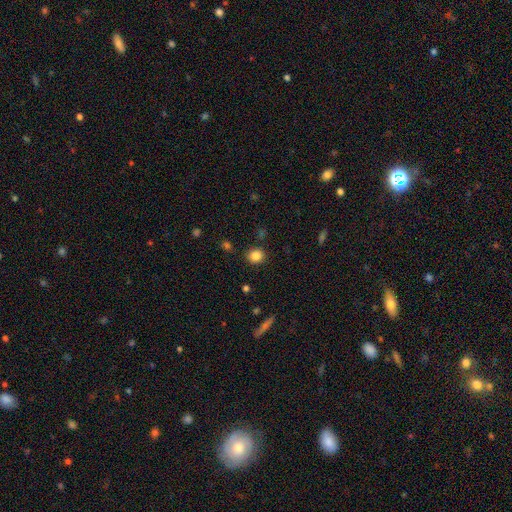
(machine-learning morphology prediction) A smooth galaxy with no disk features (84%) that is round (81%).

Vote fractions:
- Smooth or featured? smooth: 84% / star or artifact: 11% / featured or disk: 5%
- How rounded? round: 81% / in between: 18% / cigar-shaped: 1%
- Merging? none: 87% / minor disturbance: 8% / major disturbance: 3% / merger: 2%